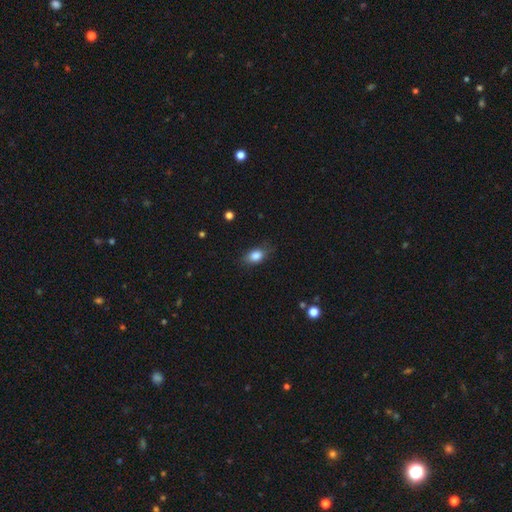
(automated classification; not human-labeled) Morphology: type=smooth (84%); roundness=in between (80%); merging=none (76%).